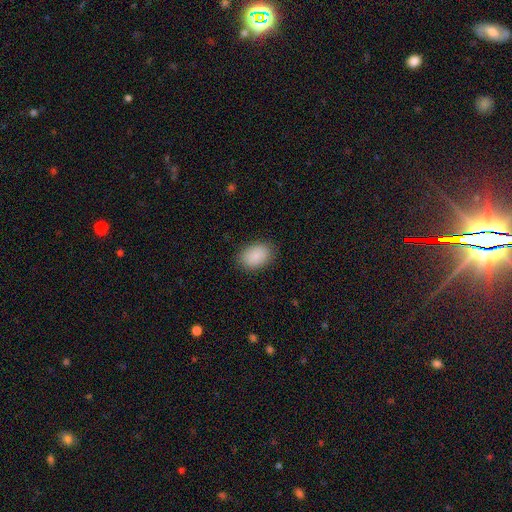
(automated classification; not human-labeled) The model was most divided on "how rounded": in between: 85%, round: 14%, cigar-shaped: 1%. More confident: smooth or featured — smooth (88%); merging — none (86%).